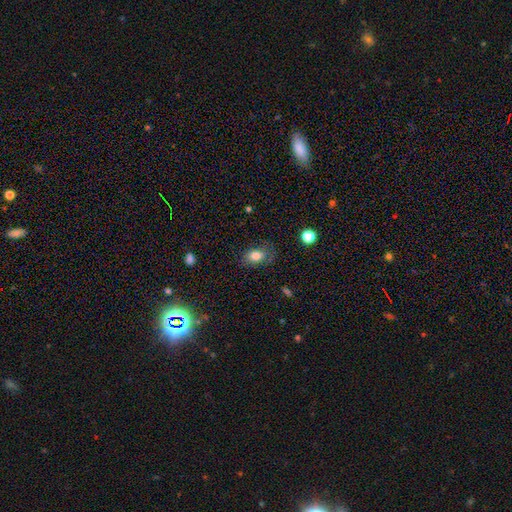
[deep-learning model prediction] Morphology: type=smooth (79%); roundness=in between (81%); merging=none (68%).